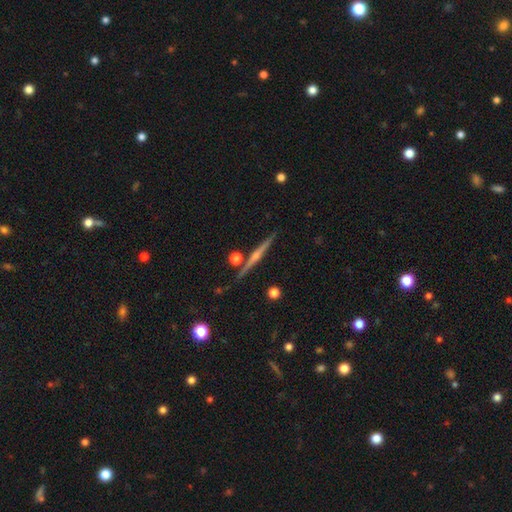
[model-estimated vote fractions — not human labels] This is likely a featured or disk galaxy (76%). It is clearly viewed edge-on (98%). Edge-on bulge: likely rounded (74%). Merging: clearly none (86%).